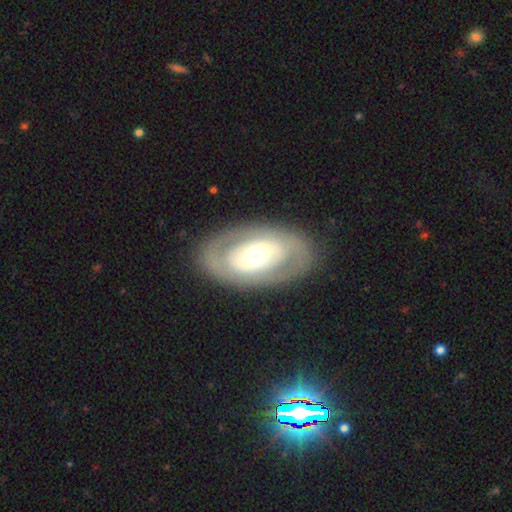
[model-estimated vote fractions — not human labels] A featured or disk galaxy (65%) with no bar (72%), no spiral arms (71%) and a moderate central bulge (63%). Merging: none (83%).